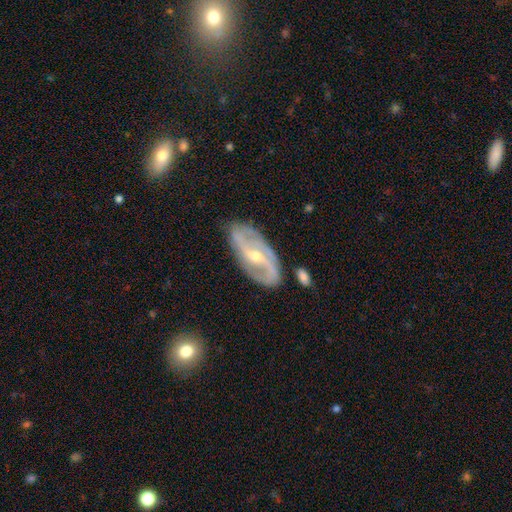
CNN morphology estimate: Q: Smooth or featured?
A: featured or disk (87%); runner-up: smooth (8%)
Q: Edge-on disk?
A: no (94%); runner-up: yes (6%)
Q: Bar?
A: weak (41%); runner-up: strong (33%)
Q: Spiral arms?
A: yes (95%); runner-up: no (5%)
Q: Spiral winding?
A: medium (44%); runner-up: loose (32%)
Q: Spiral arm count?
A: 2 (81%); runner-up: can't tell (8%)
Q: Bulge size?
A: small (55%); runner-up: moderate (42%)
Q: Merging?
A: none (77%); runner-up: minor disturbance (17%)